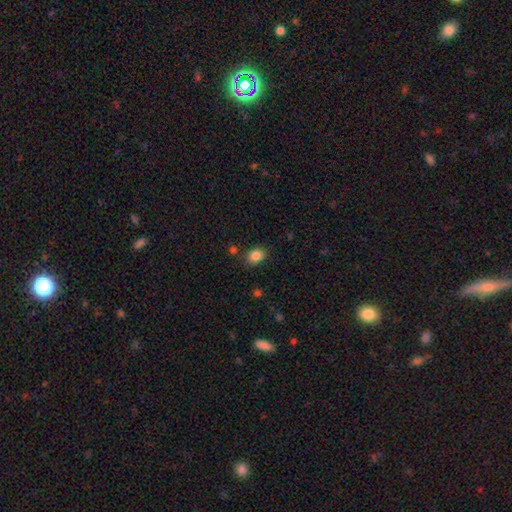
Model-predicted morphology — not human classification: Smooth or featured?
  - smooth: 85% *
  - star or artifact: 10%
  - featured or disk: 5%
How rounded?
  - in between: 62% *
  - round: 37%
  - cigar-shaped: 1%
Merging?
  - none: 79% *
  - minor disturbance: 14%
  - merger: 4%
  - major disturbance: 4%